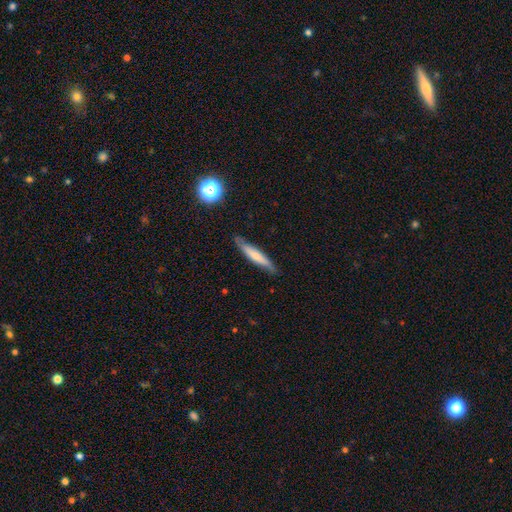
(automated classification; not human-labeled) Smooth or featured?
  - smooth: 61% *
  - featured or disk: 33%
  - star or artifact: 6%
How rounded?
  - cigar-shaped: 89% *
  - in between: 9%
  - round: 1%
Merging?
  - none: 80% *
  - minor disturbance: 16%
  - major disturbance: 3%
  - merger: 1%